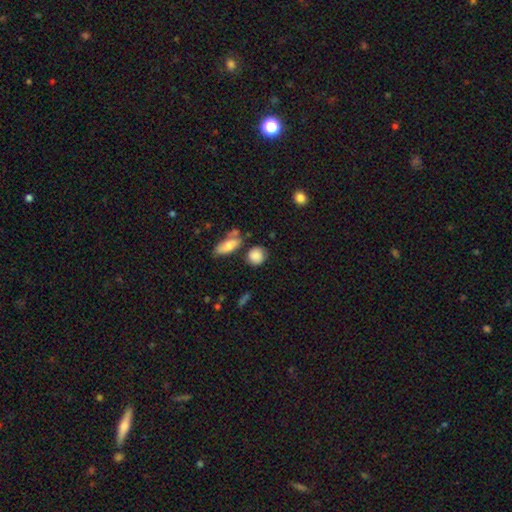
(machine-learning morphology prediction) Smooth or featured?
  - smooth: 84% *
  - star or artifact: 8%
  - featured or disk: 8%
How rounded?
  - round: 79% *
  - in between: 19%
  - cigar-shaped: 2%
Merging?
  - none: 70% *
  - minor disturbance: 16%
  - merger: 9%
  - major disturbance: 5%